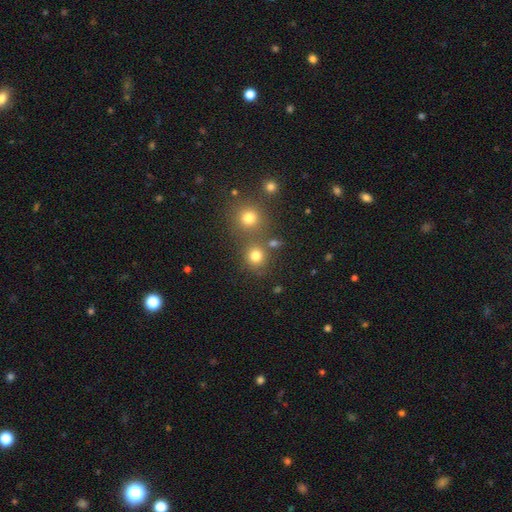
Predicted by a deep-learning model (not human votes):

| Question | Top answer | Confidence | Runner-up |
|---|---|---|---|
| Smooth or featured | smooth | 77% | star or artifact (17%) |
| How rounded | round | 87% | in between (12%) |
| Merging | none | 69% | merger (19%) |